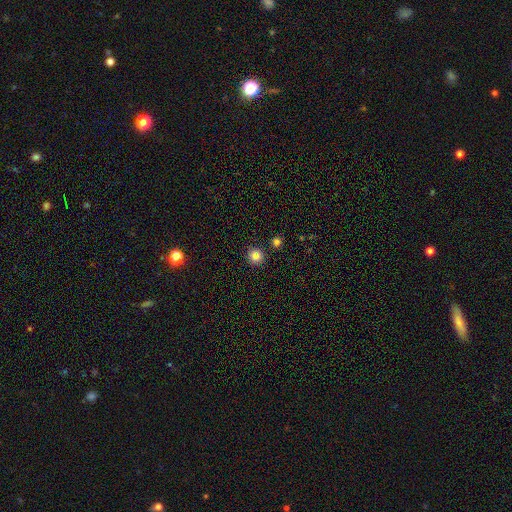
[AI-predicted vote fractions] Morphology: type=smooth (82%); roundness=round (94%); merging=none (90%).